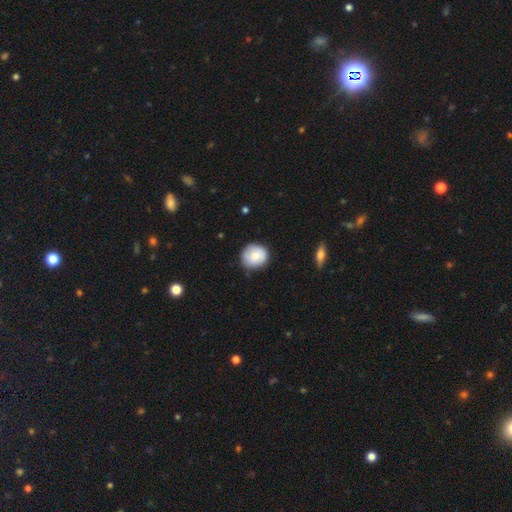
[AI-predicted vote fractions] A smooth galaxy with no disk features (79%) that is round (86%).

Vote fractions:
- Smooth or featured? smooth: 79% / featured or disk: 15% / star or artifact: 7%
- How rounded? round: 86% / in between: 13% / cigar-shaped: 1%
- Merging? none: 78% / minor disturbance: 18% / major disturbance: 3% / merger: 1%